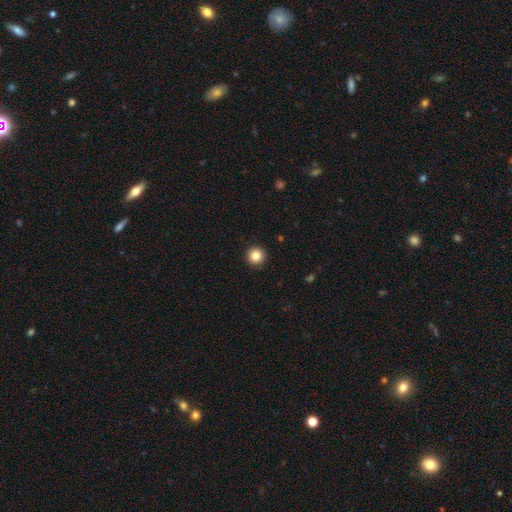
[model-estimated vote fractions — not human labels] This appears to be a smooth galaxy with no disk features (85%) that is round (96%). Merging: none (93%).